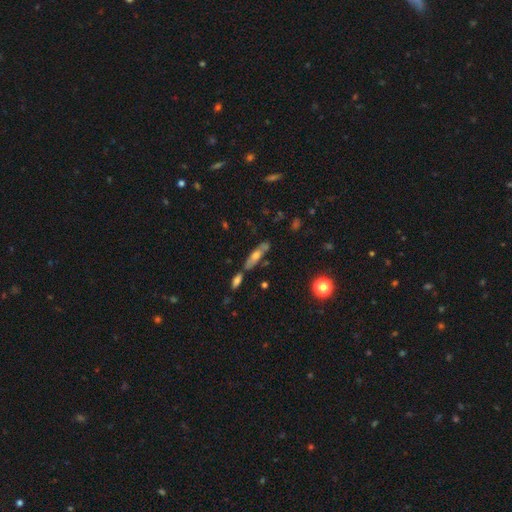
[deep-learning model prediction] smooth-or-featured: featured or disk: 50% | smooth: 37% | star or artifact: 13%
  disk-edge-on: yes: 70% | no: 30%
  merging: none: 63% | merger: 18% | minor disturbance: 14% | major disturbance: 5%